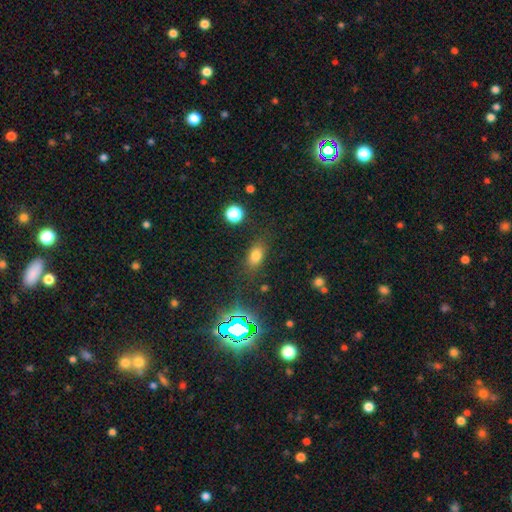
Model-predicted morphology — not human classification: Q: Smooth or featured?
A: smooth (72%); runner-up: star or artifact (19%)
Q: How rounded?
A: in between (79%); runner-up: round (17%)
Q: Merging?
A: none (79%); runner-up: minor disturbance (13%)